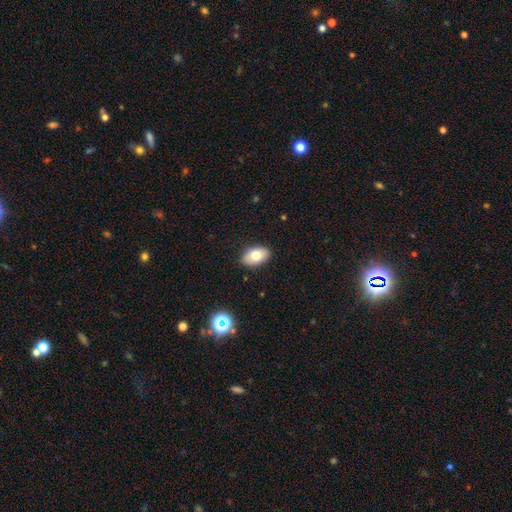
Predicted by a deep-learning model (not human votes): Smooth or featured: smooth — 77% (featured or disk — 15%)
How rounded: in between — 91% (round — 7%)
Merging: none — 88% (minor disturbance — 9%)